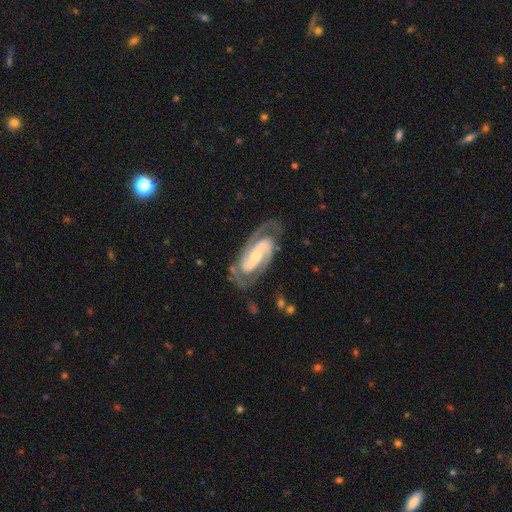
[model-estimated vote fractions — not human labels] Morphology: type=featured or disk (91%); edge-on=no (96%); bar=strong (53%); spiral arms=yes (97%); winding=medium (47%); arm count=2 (90%); bulge=small (59%); merging=none (75%).